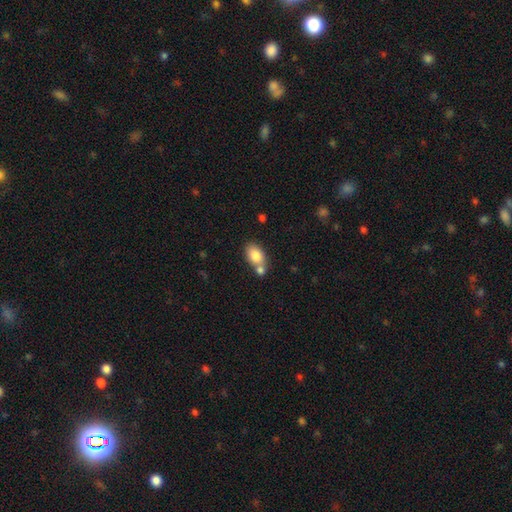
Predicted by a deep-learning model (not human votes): Smooth or featured? Predicted: smooth (p=0.81). How rounded? Predicted: in between (p=0.86). Merging? Predicted: none (p=0.50).